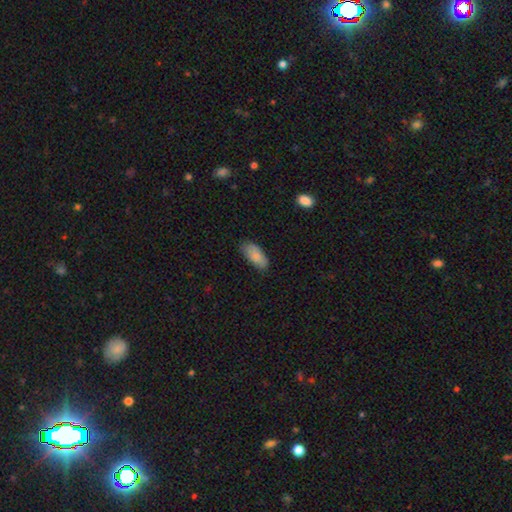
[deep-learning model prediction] smooth-or-featured: smooth: 83% | featured or disk: 10% | star or artifact: 7%
  how-rounded: in between: 90% | cigar-shaped: 8% | round: 2%
  merging: none: 76% | minor disturbance: 19% | major disturbance: 4% | merger: 1%